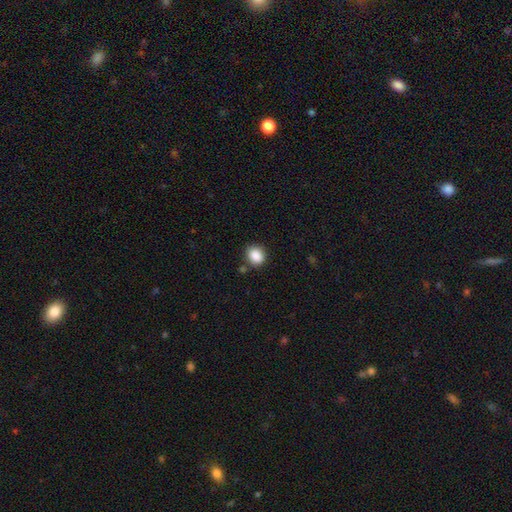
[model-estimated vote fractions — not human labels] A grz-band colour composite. It shows a smooth galaxy with no disk features (88%) that is round (72%). Merging: none (82%).